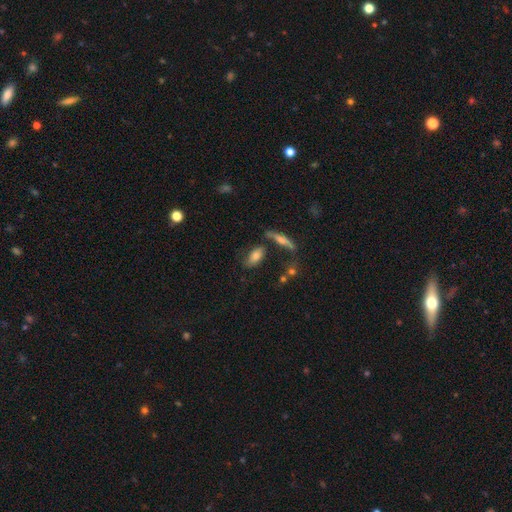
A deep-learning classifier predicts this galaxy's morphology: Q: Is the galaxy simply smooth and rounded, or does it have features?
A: smooth — 69%.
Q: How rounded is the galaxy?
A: in between — 82%.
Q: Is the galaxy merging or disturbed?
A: none — 62%.